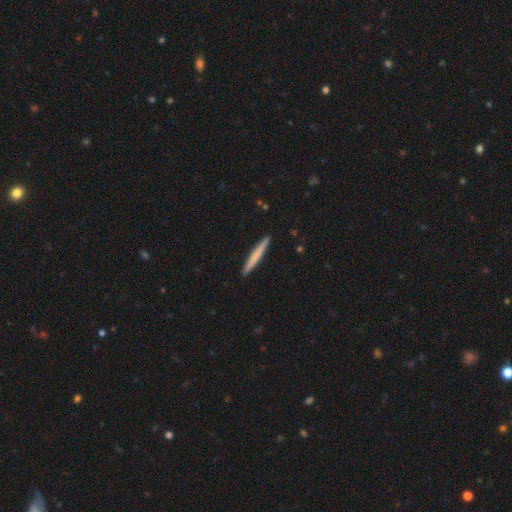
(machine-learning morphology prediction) This appears to be a smooth galaxy with no disk features (69%) that is cigar-shaped (97%). Merging: none (93%).